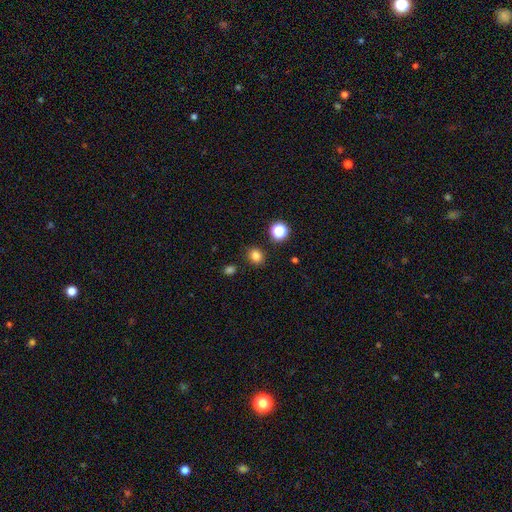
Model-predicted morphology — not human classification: smooth_or_featured: smooth (p=0.81) [alt: star or artifact p=0.15]
how_rounded: round (p=0.71) [alt: in between p=0.28]
merging: none (p=0.86) [alt: minor disturbance p=0.08]